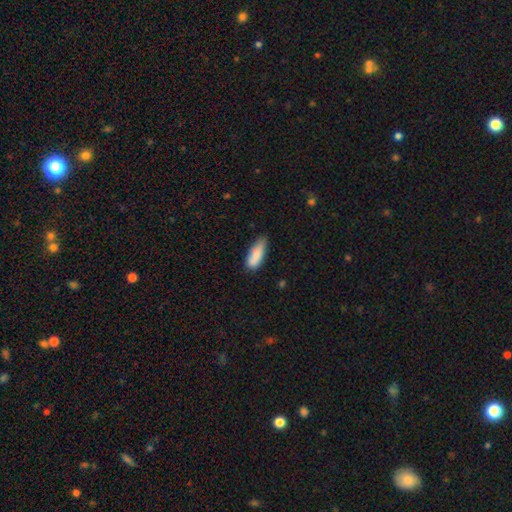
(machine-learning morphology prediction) Smooth or featured? Predicted: smooth (p=0.84). How rounded? Predicted: in between (p=0.66). Merging? Predicted: none (p=0.59).